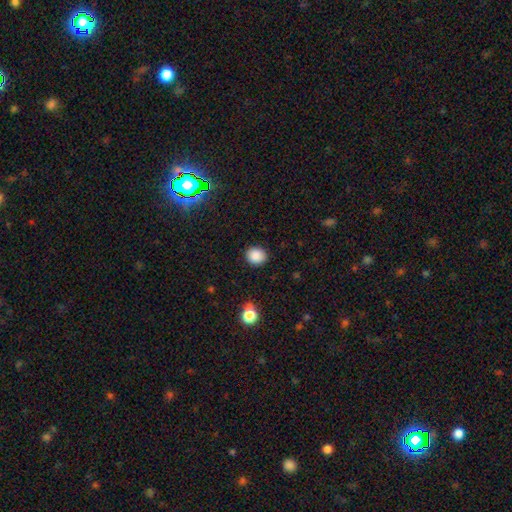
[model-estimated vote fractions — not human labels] The model was most divided on "how rounded": round: 75%, in between: 24%, cigar-shaped: 1%. More confident: merging — none (89%); smooth or featured — smooth (86%).